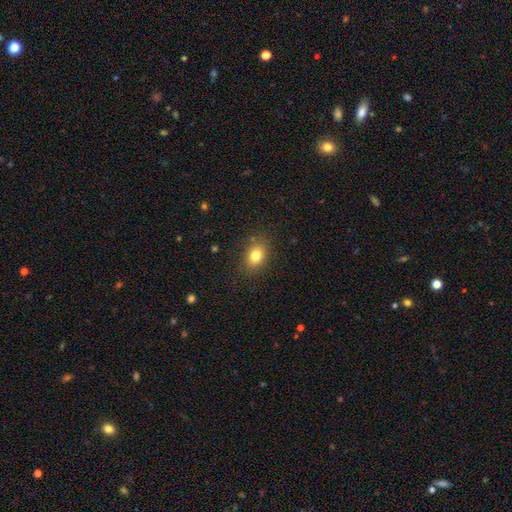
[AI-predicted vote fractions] Smooth or featured: smooth — 80% (star or artifact — 10%)
How rounded: in between — 71% (round — 27%)
Merging: none — 84% (minor disturbance — 11%)